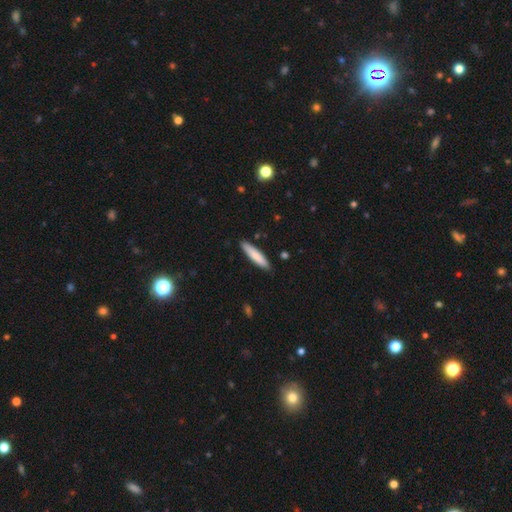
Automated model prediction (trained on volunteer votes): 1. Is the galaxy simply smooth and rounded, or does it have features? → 80% smooth, 14% featured or disk, 5% star or artifact.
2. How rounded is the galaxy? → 84% cigar-shaped, 14% in between, 1% round.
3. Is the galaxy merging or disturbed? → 88% none, 9% minor disturbance, 2% major disturbance, 1% merger.